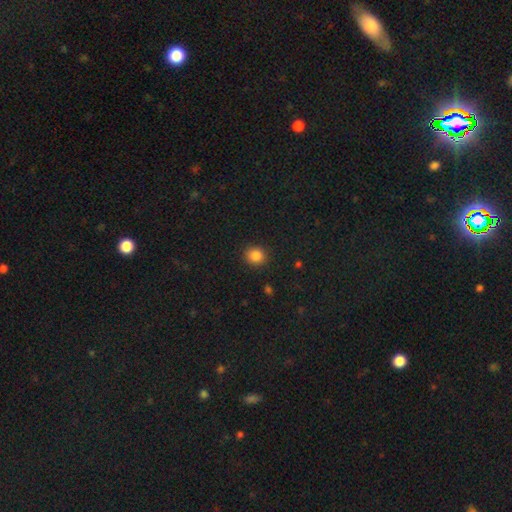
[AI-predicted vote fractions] Smooth or featured? smooth (85%)
How rounded? round (83%)
Merging? none (89%)